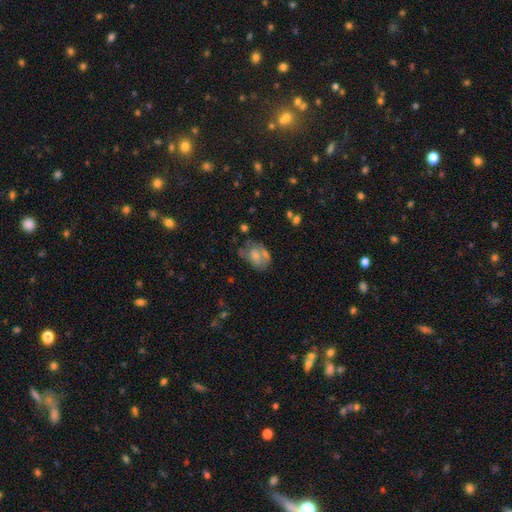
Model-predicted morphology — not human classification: Smooth or featured? Predicted: smooth (p=0.51). How rounded? Predicted: in between (p=0.79). Merging? Predicted: none (p=0.35).